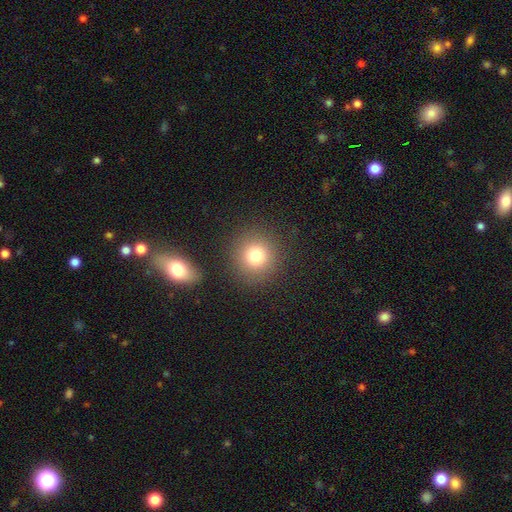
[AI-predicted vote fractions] Smooth or featured? Predicted: smooth (p=0.77). How rounded? Predicted: round (p=0.92). Merging? Predicted: none (p=0.86).